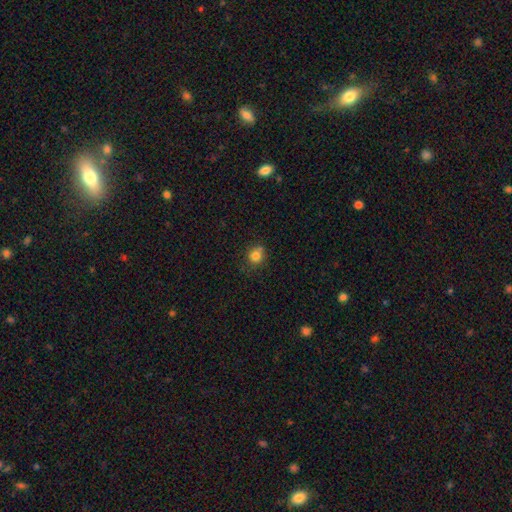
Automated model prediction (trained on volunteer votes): A smooth galaxy with no disk features (81%) that is round (85%).

Vote fractions:
- Smooth or featured? smooth: 81% / star or artifact: 13% / featured or disk: 7%
- How rounded? round: 85% / in between: 14% / cigar-shaped: 1%
- Merging? none: 69% / minor disturbance: 17% / merger: 10% / major disturbance: 4%